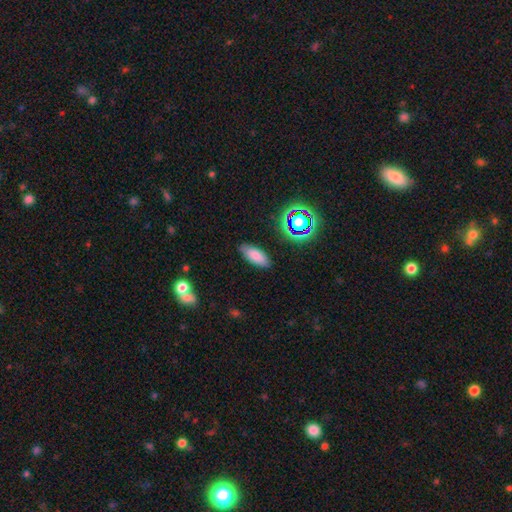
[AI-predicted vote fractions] This is likely a smooth galaxy (78%). How rounded: clearly in between (81%). Merging: clearly none (83%).